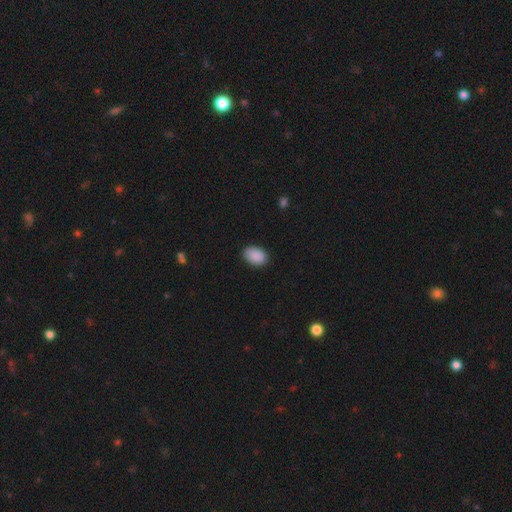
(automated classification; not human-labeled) The model was most divided on "how rounded": in between: 86%, round: 13%, cigar-shaped: 1%. More confident: smooth or featured — smooth (90%); merging — none (86%).